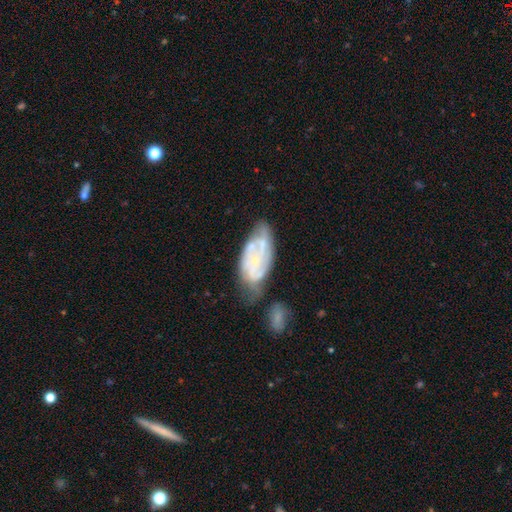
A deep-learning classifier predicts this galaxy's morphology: featured or disk 68%, smooth 24%, star or artifact 8%. Down the decision tree: edge-on disk — no (92%); bar — no (71%); spiral arms — yes (67%); bulge size — small (69%); merging — none (38%).